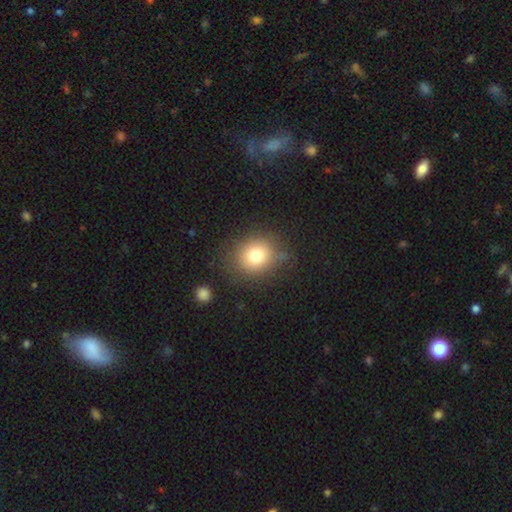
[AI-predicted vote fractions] Smooth or featured: smooth — 77% (star or artifact — 12%)
How rounded: round — 75% (in between — 24%)
Merging: none — 78% (minor disturbance — 14%)